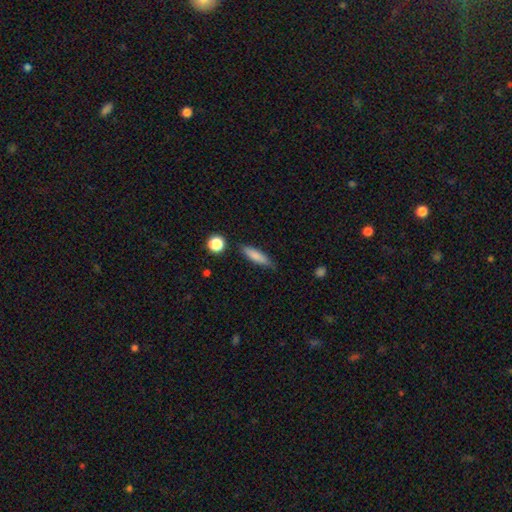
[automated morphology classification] smooth 79%, featured or disk 13%, star or artifact 7%. Down the decision tree: how rounded — cigar-shaped (67%); merging — none (74%).